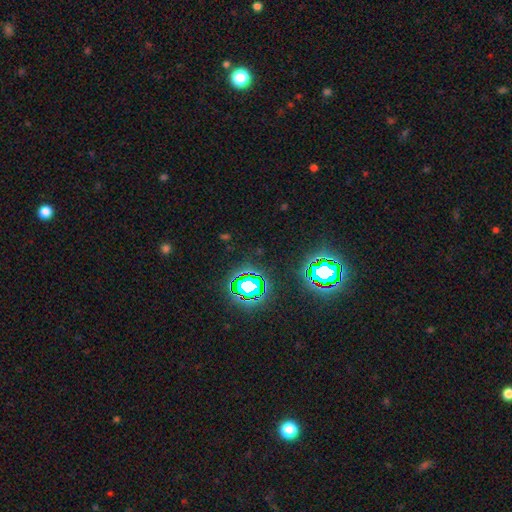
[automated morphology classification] Smooth or featured? Predicted: star or artifact (p=0.79).